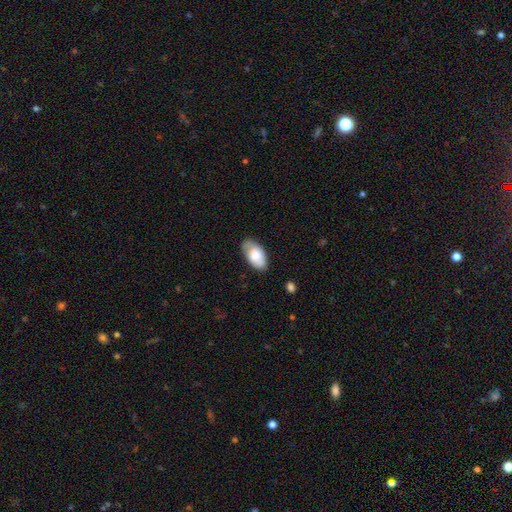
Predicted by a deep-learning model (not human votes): This is likely a smooth galaxy (76%). How rounded: clearly in between (95%). Merging: likely none (74%).